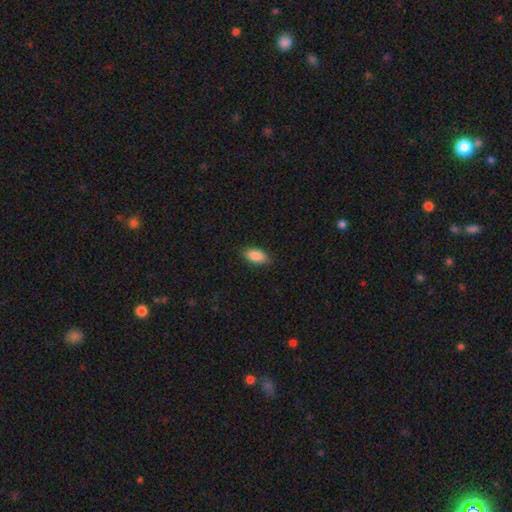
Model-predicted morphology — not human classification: Smooth or featured? smooth (88%)
How rounded? in between (89%)
Merging? none (87%)